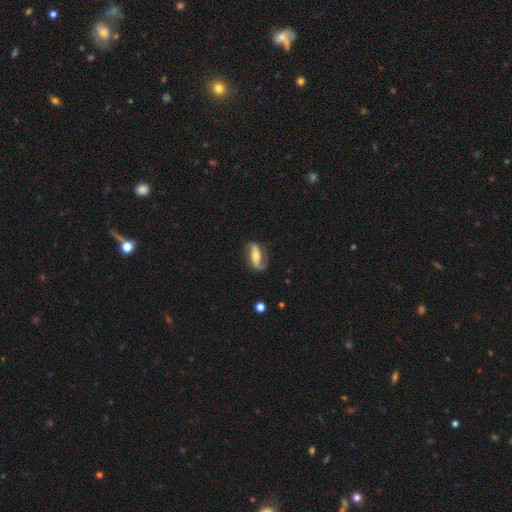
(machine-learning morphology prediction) The model was most divided on "bulge size": moderate: 49%, small: 37%, large: 7%, none: 4%, dominant: 2%. Remaining: spiral arms — yes (91%); edge-on disk — no (88%); spiral arm count — 2 (85%); smooth or featured — featured or disk (74%); merging — none (71%); spiral winding — loose (57%); bar — strong (47%).